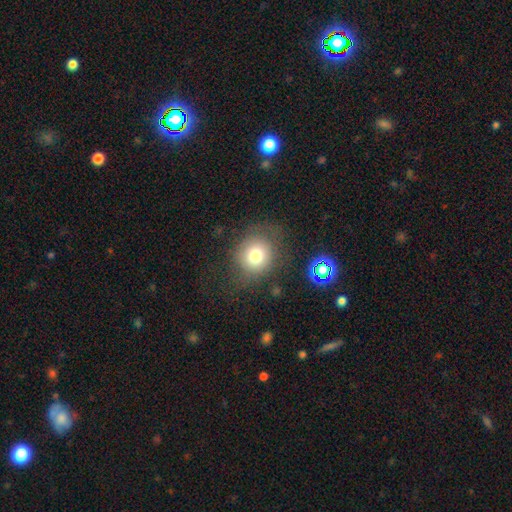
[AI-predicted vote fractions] Smooth or featured: smooth — 73% (featured or disk — 14%)
How rounded: round — 79% (in between — 20%)
Merging: none — 68% (minor disturbance — 17%)